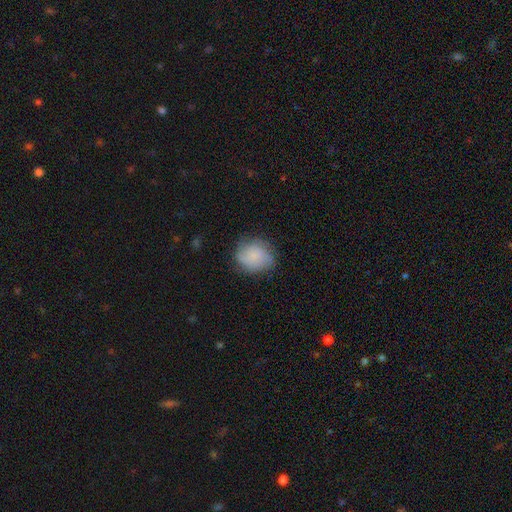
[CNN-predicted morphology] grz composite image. It shows a smooth galaxy with no disk features (61%) that is round (72%). Merging: none (71%).